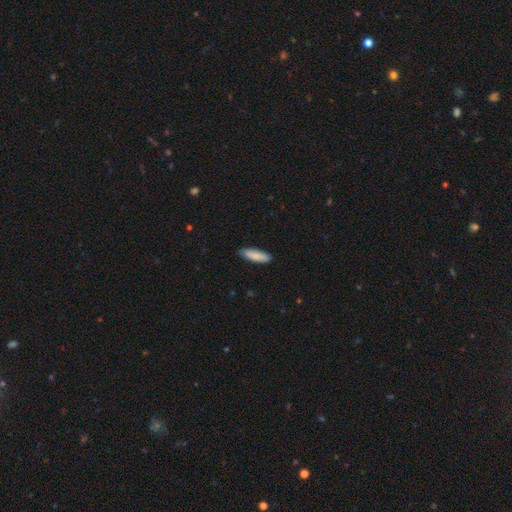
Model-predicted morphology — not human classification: smooth-or-featured: smooth: 86% | featured or disk: 8% | star or artifact: 5%
  how-rounded: cigar-shaped: 55% | in between: 44% | round: 1%
  merging: none: 86% | minor disturbance: 11% | major disturbance: 2% | merger: 1%